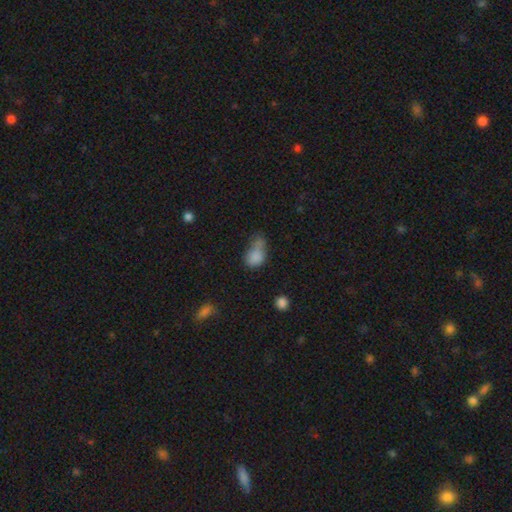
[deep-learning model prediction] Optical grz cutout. It shows a smooth galaxy with no disk features (78%) that is in between round and cigar-shaped (77%). Merging: minor disturbance (27%).